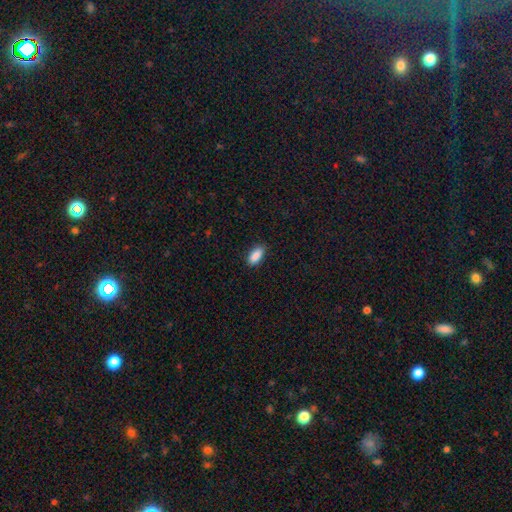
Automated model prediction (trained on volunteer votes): smooth_or_featured: smooth (p=0.89) [alt: star or artifact p=0.07]
how_rounded: in between (p=0.88) [alt: cigar-shaped p=0.09]
merging: none (p=0.86) [alt: minor disturbance p=0.11]